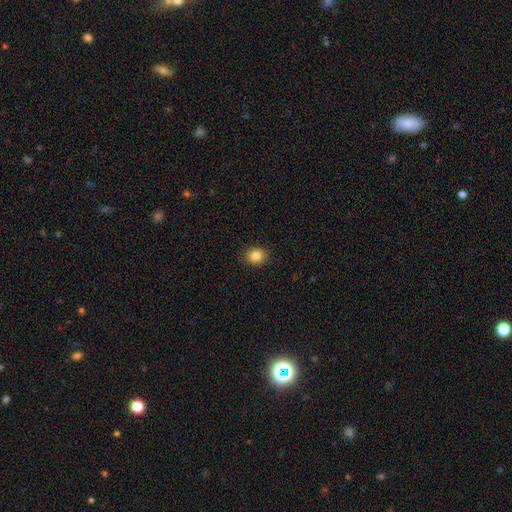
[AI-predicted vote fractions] smooth 85%, star or artifact 10%, featured or disk 5%. Down the decision tree: how rounded — round (66%); merging — none (88%).